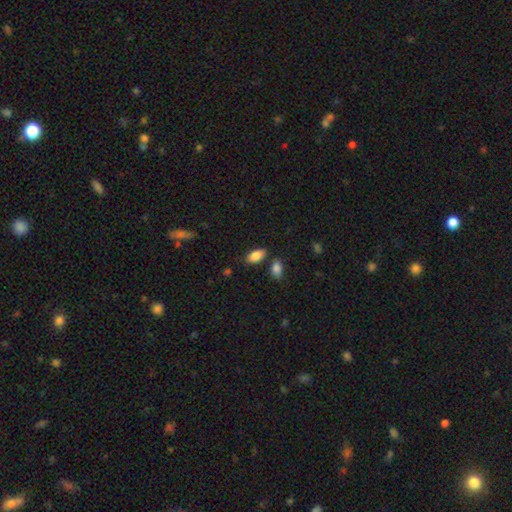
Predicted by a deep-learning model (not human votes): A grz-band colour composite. It shows a smooth galaxy with no disk features (87%) that is in between round and cigar-shaped (93%). Merging: none (77%).